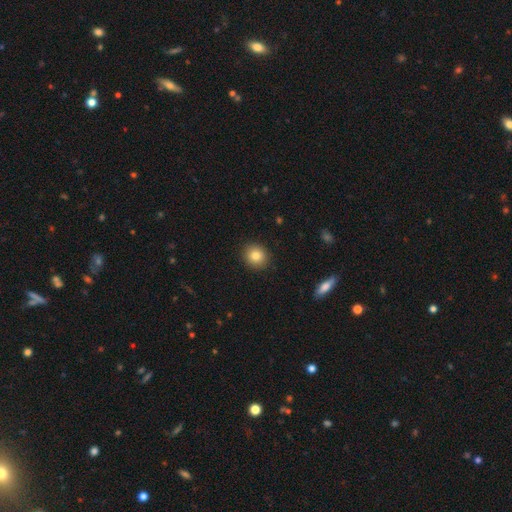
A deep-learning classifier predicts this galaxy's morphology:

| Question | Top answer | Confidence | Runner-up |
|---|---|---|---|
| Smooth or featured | smooth | 83% | star or artifact (10%) |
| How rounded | round | 85% | in between (14%) |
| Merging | none | 91% | minor disturbance (6%) |